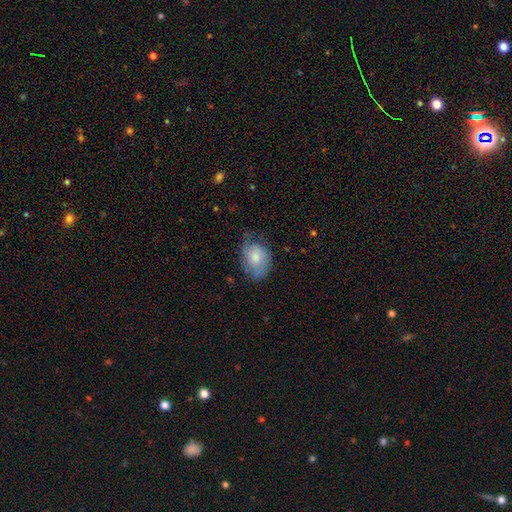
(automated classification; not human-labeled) smooth 58%, featured or disk 34%, star or artifact 8%. Down the decision tree: how rounded — in between (71%); merging — none (55%).